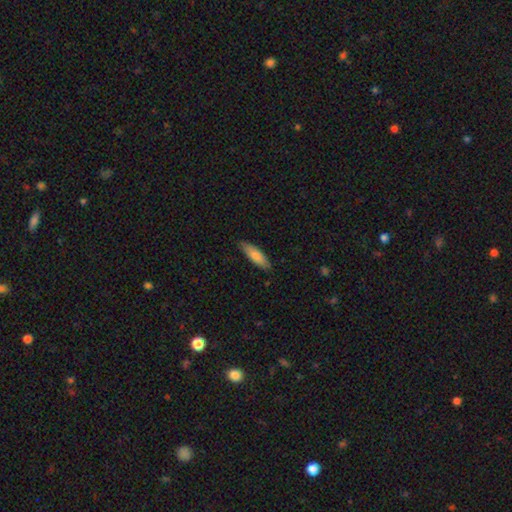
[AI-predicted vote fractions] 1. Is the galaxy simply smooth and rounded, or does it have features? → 81% smooth, 14% featured or disk, 5% star or artifact.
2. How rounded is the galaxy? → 55% cigar-shaped, 43% in between, 1% round.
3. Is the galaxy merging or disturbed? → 85% none, 12% minor disturbance, 2% major disturbance, 1% merger.